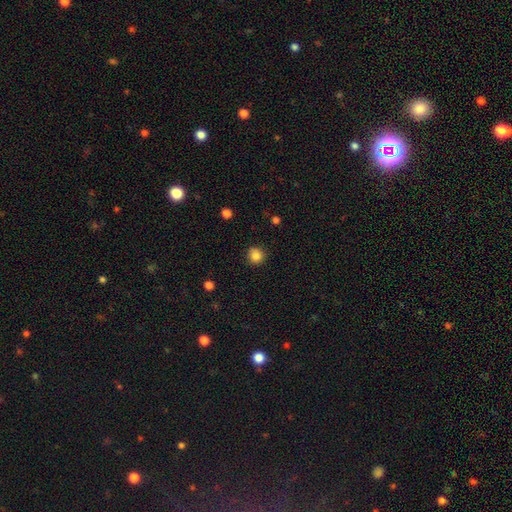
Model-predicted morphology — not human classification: smooth 84%, star or artifact 11%, featured or disk 5%. Down the decision tree: how rounded — round (92%); merging — none (87%).